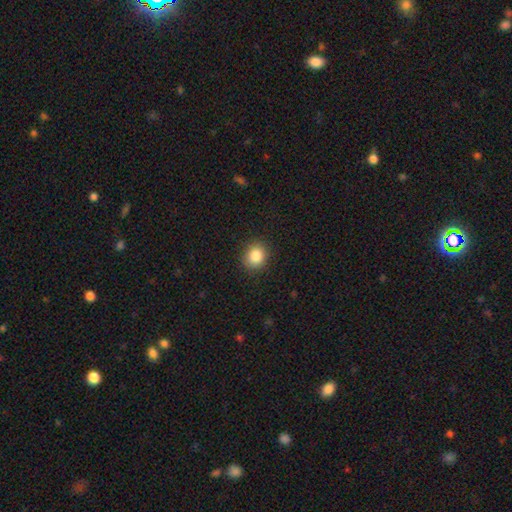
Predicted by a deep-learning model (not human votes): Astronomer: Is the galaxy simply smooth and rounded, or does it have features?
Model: smooth — 85%.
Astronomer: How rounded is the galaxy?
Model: round — 76%.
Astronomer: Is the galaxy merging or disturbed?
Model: none — 89%.